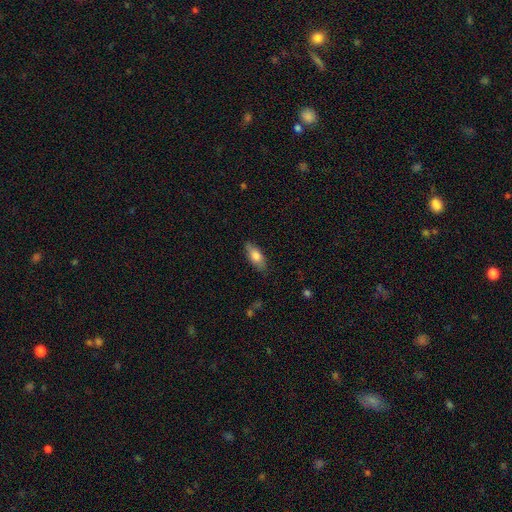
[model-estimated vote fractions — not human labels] Morphology: type=smooth (75%); roundness=in between (79%); merging=none (82%).